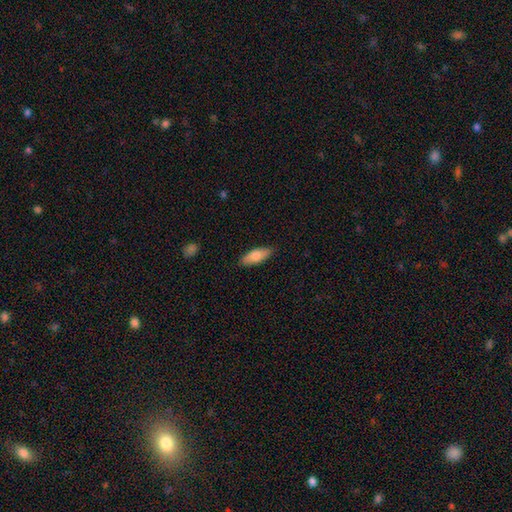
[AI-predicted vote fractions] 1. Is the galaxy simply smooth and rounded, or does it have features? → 79% smooth, 15% featured or disk, 6% star or artifact.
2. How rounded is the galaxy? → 69% in between, 29% cigar-shaped, 2% round.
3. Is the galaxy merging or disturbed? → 86% none, 11% minor disturbance, 2% major disturbance, 1% merger.